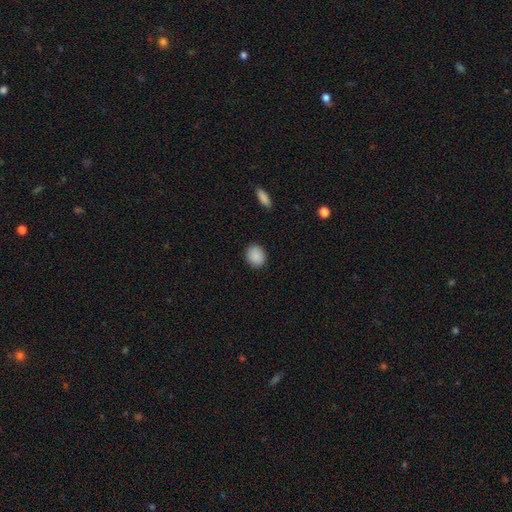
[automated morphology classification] This is clearly a smooth galaxy (89%). How rounded: likely round (63%). Merging: clearly none (90%).